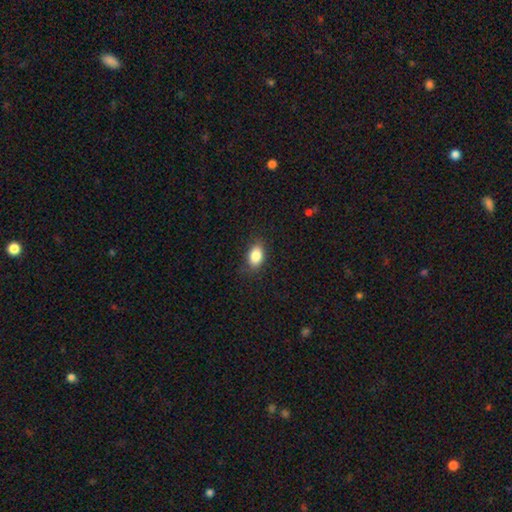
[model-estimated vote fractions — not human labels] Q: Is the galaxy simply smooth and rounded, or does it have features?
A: smooth — 85%.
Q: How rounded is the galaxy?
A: in between — 85%.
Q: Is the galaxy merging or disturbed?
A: none — 83%.